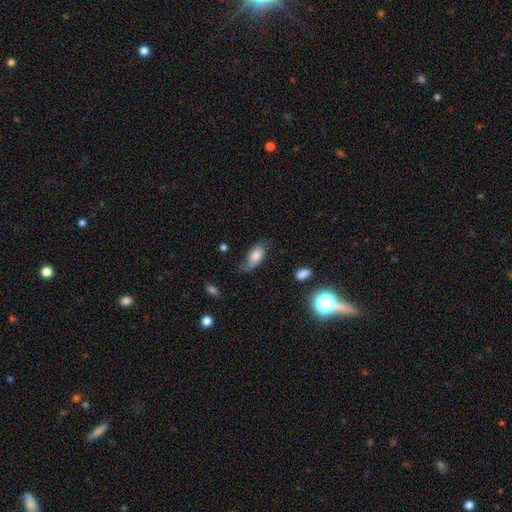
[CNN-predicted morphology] This is possibly a smooth galaxy (59%). How rounded: clearly in between (89%). Merging: possibly none (45%).